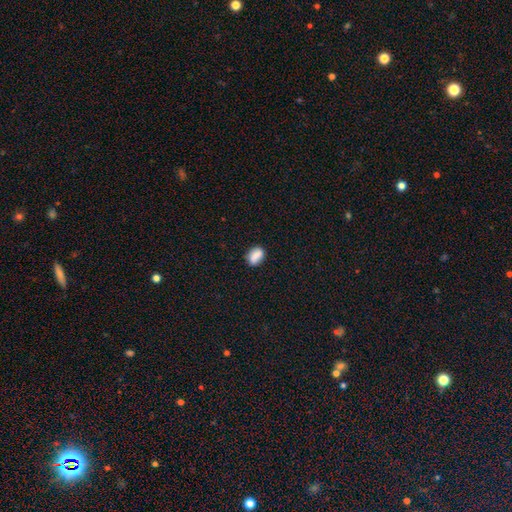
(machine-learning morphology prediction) Smooth or featured: smooth — 84% (star or artifact — 8%)
How rounded: in between — 80% (round — 17%)
Merging: none — 79% (minor disturbance — 15%)